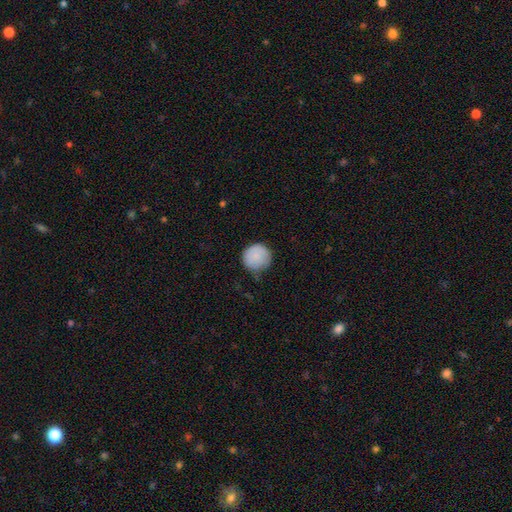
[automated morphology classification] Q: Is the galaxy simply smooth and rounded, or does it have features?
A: smooth — 85%.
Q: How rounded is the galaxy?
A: round — 94%.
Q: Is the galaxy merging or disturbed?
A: none — 72%.